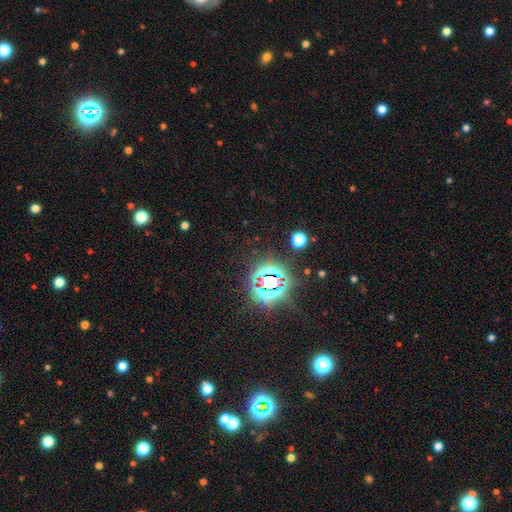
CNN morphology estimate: smooth-or-featured: star or artifact: 83% | smooth: 11% | featured or disk: 6%